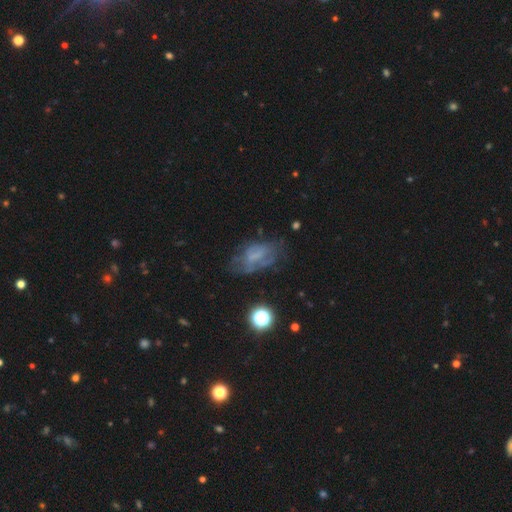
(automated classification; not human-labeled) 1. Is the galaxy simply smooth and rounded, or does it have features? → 50% featured or disk, 33% smooth, 17% star or artifact.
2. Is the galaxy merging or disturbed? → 47% none, 26% minor disturbance, 23% major disturbance, 4% merger.